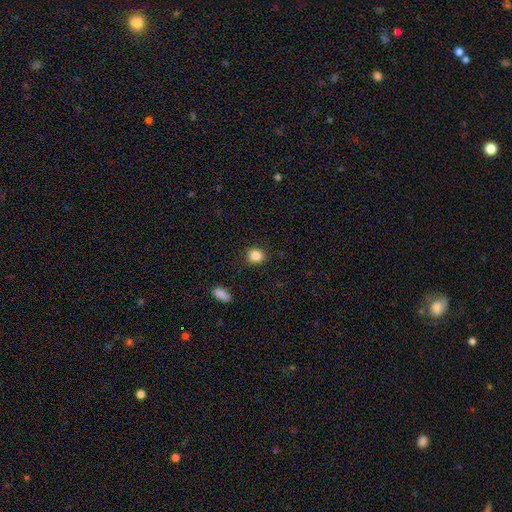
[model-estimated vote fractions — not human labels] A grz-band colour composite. It shows a smooth galaxy with no disk features (85%) that is round (71%). Merging: none (86%).